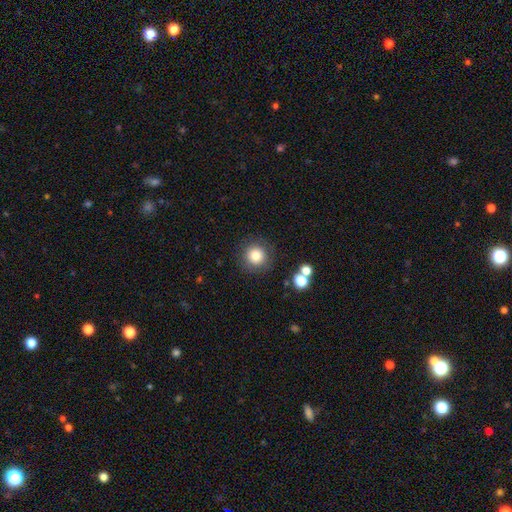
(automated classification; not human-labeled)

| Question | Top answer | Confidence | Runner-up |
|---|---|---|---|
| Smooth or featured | smooth | 80% | star or artifact (11%) |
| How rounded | round | 94% | in between (5%) |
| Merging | none | 84% | minor disturbance (9%) |